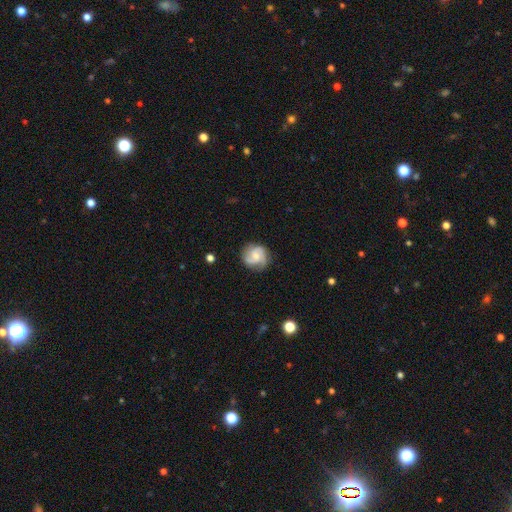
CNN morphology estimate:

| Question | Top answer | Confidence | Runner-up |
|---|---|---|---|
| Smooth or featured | featured or disk | 65% | smooth (28%) |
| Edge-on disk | no | 98% | yes (2%) |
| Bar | no | 61% | weak (33%) |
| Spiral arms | yes | 93% | no (7%) |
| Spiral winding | medium | 45% | tight (36%) |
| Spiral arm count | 2 | 54% | 3 (23%) |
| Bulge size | small | 48% | moderate (44%) |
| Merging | none | 77% | minor disturbance (16%) |